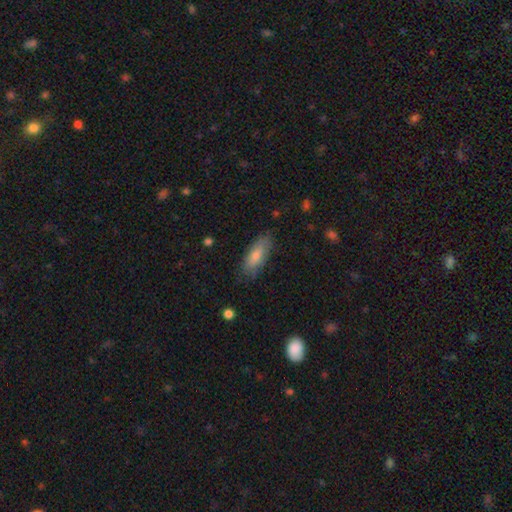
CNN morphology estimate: A smooth galaxy with no disk features (76%) that is in between round and cigar-shaped (63%). Merging: none (80%).